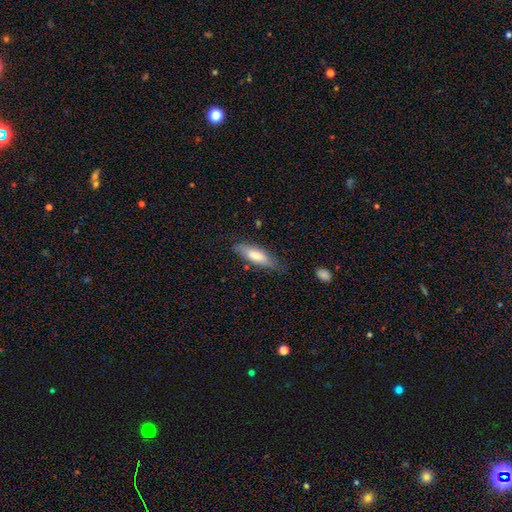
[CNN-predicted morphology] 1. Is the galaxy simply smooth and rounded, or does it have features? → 68% smooth, 26% featured or disk, 6% star or artifact.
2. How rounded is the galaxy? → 55% in between, 44% cigar-shaped, 2% round.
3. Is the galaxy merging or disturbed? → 71% none, 22% minor disturbance, 6% major disturbance, 2% merger.